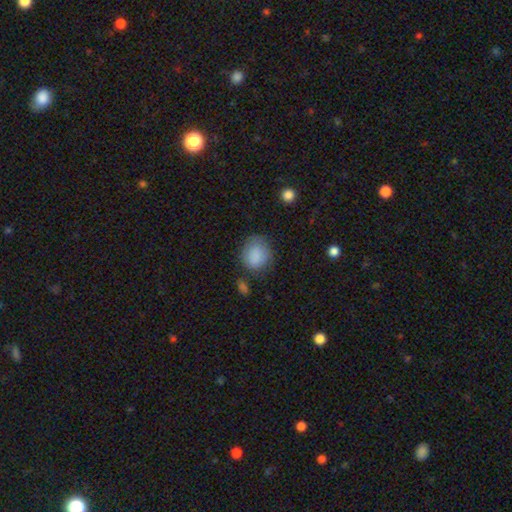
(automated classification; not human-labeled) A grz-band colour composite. It shows a smooth galaxy with no disk features (85%) that is round (62%). Merging: none (66%).